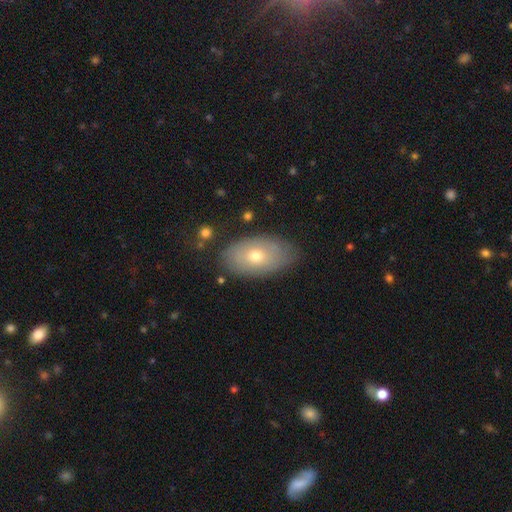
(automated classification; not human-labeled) Morphology: type=smooth (60%); roundness=in between (91%); merging=none (78%).